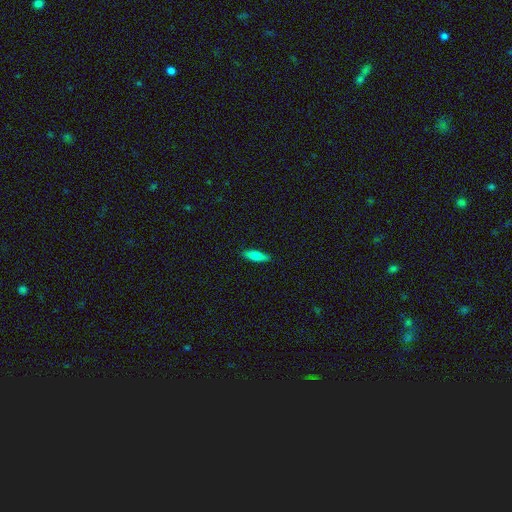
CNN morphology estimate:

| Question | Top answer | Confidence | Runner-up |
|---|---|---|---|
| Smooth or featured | smooth | 74% | featured or disk (19%) |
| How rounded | cigar-shaped | 60% | in between (38%) |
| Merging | none | 88% | minor disturbance (9%) |